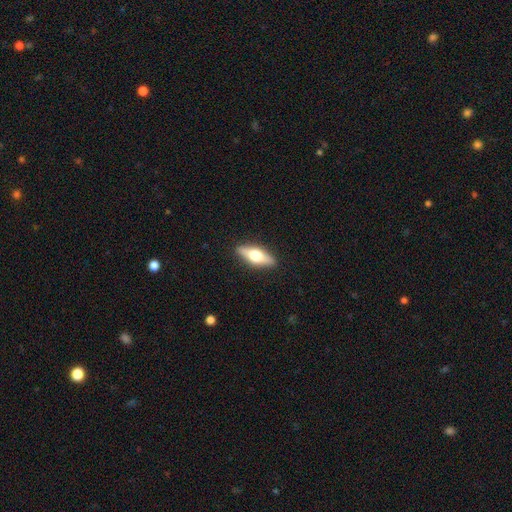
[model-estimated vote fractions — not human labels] This appears to be a smooth galaxy with no disk features (48%). Merging: none (89%).